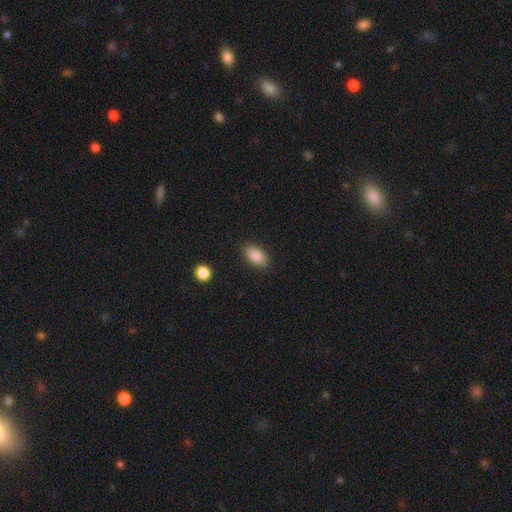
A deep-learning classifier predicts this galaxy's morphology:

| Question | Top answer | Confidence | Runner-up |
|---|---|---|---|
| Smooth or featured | smooth | 88% | star or artifact (7%) |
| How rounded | in between | 91% | cigar-shaped (5%) |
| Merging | none | 87% | minor disturbance (9%) |